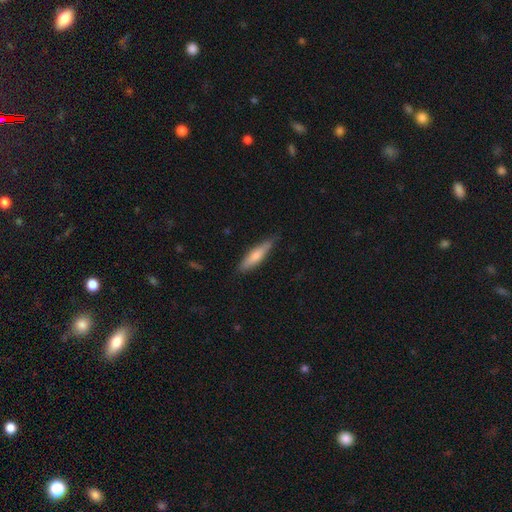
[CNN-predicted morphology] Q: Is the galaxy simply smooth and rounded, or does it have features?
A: smooth — 68%.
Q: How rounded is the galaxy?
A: cigar-shaped — 77%.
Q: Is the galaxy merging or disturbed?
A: none — 77%.